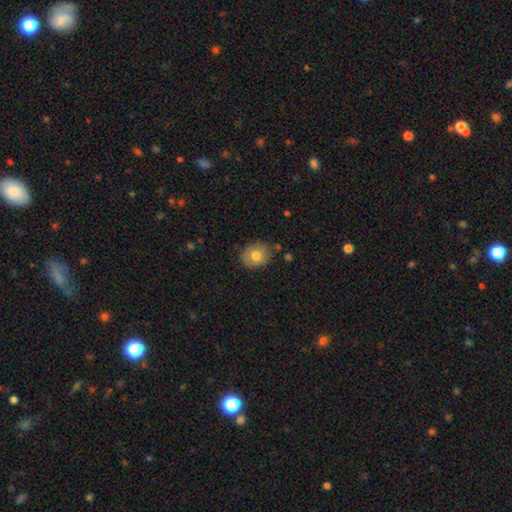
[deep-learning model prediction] Smooth or featured?
  - smooth: 75% *
  - featured or disk: 17%
  - star or artifact: 9%
How rounded?
  - round: 68% *
  - in between: 31%
  - cigar-shaped: 1%
Merging?
  - none: 81% *
  - minor disturbance: 14%
  - major disturbance: 3%
  - merger: 3%